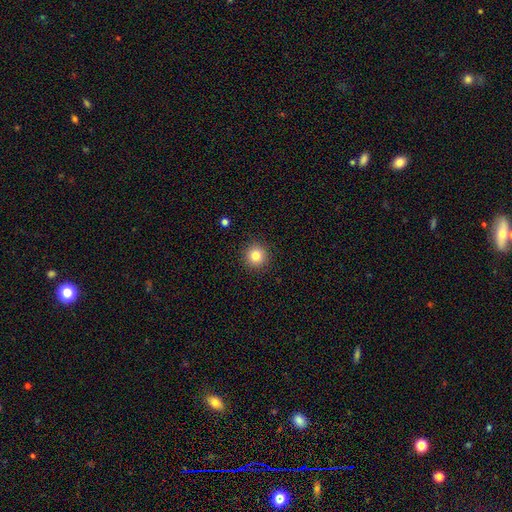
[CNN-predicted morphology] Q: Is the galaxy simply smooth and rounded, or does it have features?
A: smooth — 82%.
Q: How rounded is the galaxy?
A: round — 95%.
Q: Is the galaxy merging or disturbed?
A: none — 92%.